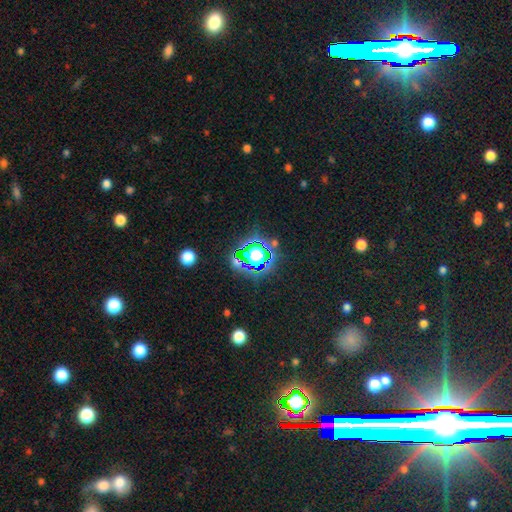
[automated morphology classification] This appears to be a star or artifact, not a galaxy (61%).